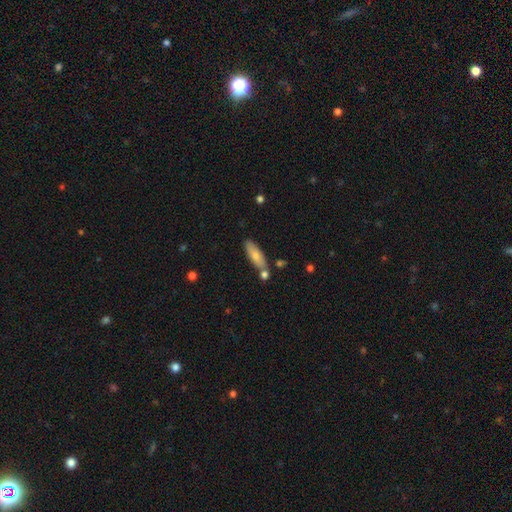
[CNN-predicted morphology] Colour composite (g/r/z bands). It shows a smooth galaxy with no disk features (76%) that is in between round and cigar-shaped (52%). Merging: none (71%).